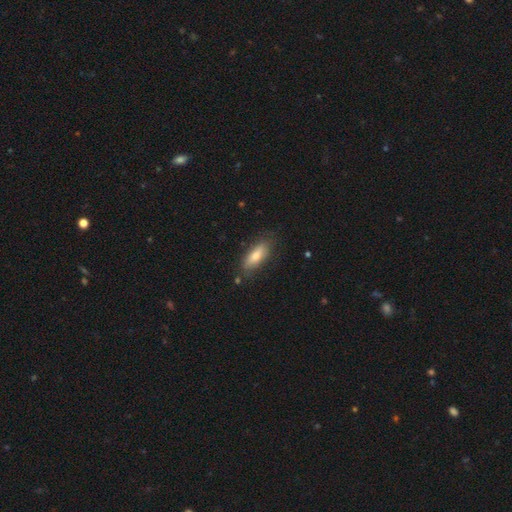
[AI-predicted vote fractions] Morphology: type=smooth (72%); roundness=in between (59%); merging=none (79%).